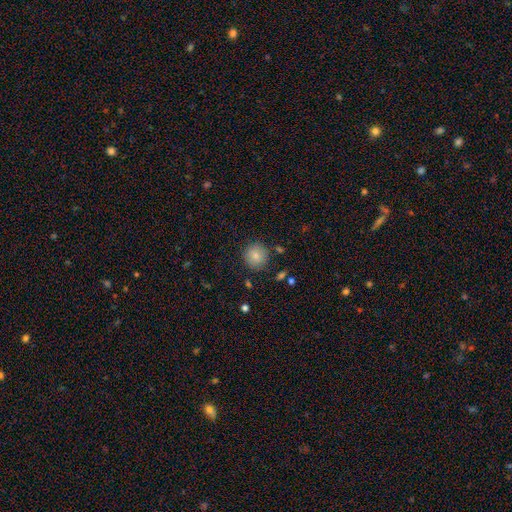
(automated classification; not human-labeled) Overall: smooth (81%). How rounded: round (91%). Merging: none (86%).